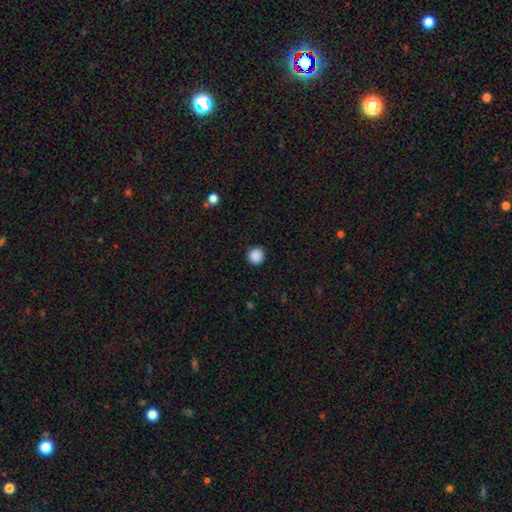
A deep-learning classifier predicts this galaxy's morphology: type=smooth (89%); roundness=round (95%); merging=none (92%).